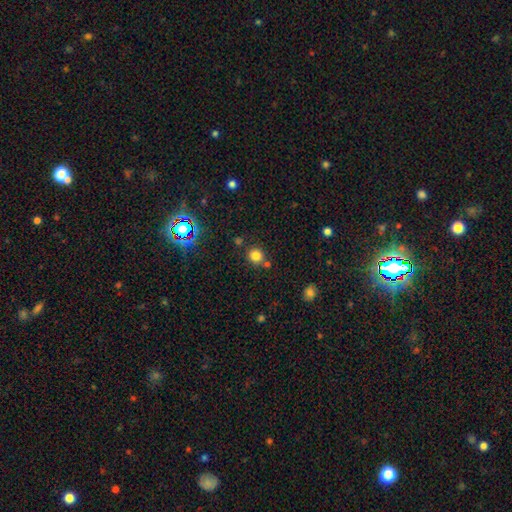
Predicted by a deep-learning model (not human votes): The model was most divided on "merging": none: 75%, merger: 13%, minor disturbance: 9%, major disturbance: 3%. More confident: how rounded — round (90%); smooth or featured — smooth (79%).